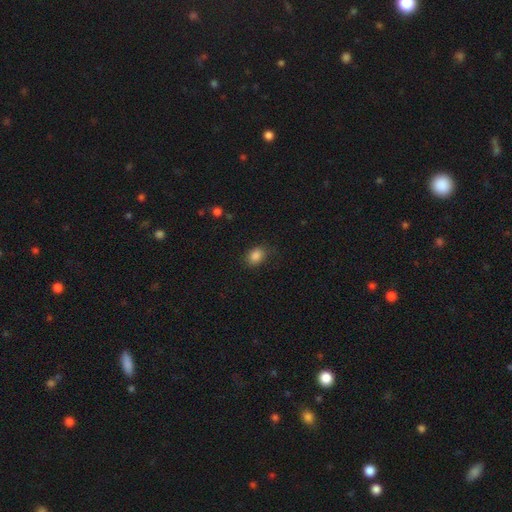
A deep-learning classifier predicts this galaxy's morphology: smooth 86%, star or artifact 10%, featured or disk 4%. Down the decision tree: how rounded — in between (60%); merging — none (80%).